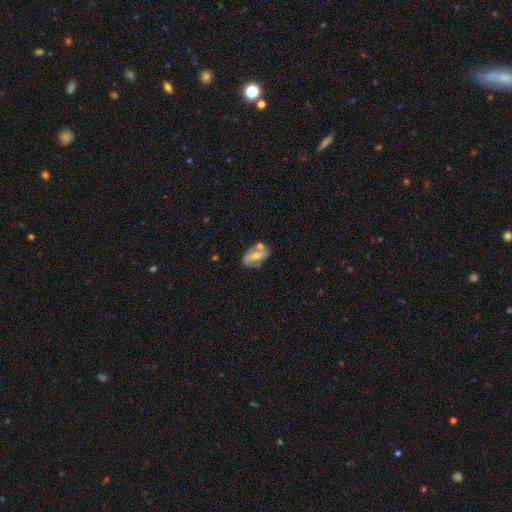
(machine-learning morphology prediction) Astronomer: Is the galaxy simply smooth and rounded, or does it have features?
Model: featured or disk — 59%.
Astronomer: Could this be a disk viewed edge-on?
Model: no — 92%.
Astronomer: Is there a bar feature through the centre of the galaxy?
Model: no — 38% (runner-up: weak, 34%).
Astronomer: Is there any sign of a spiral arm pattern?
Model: yes — 62% (runner-up: no, 38%).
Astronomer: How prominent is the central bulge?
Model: moderate — 59%.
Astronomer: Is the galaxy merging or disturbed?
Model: none — 55%.